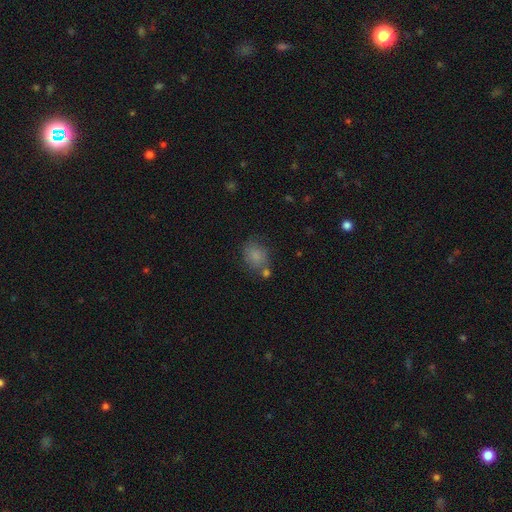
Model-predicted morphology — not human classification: Overall: smooth (81%). How rounded: in between (52%; round 47%). Merging: none (61%).